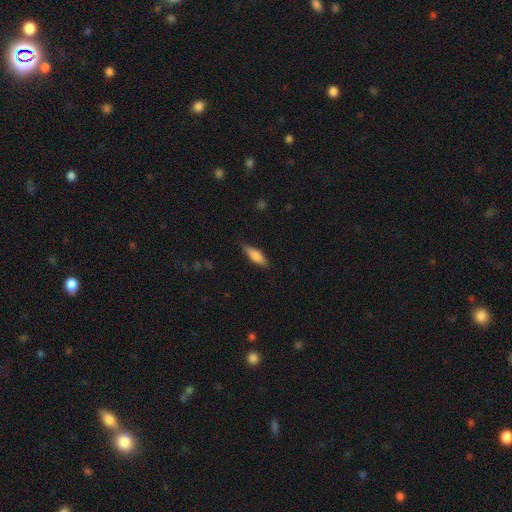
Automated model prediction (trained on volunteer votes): A smooth galaxy with no disk features (77%) that is cigar-shaped (50%).

Vote fractions:
- Smooth or featured? smooth: 77% / featured or disk: 17% / star or artifact: 6%
- How rounded? cigar-shaped: 50% / in between: 48% / round: 2%
- Merging? none: 80% / minor disturbance: 16% / major disturbance: 3% / merger: 1%